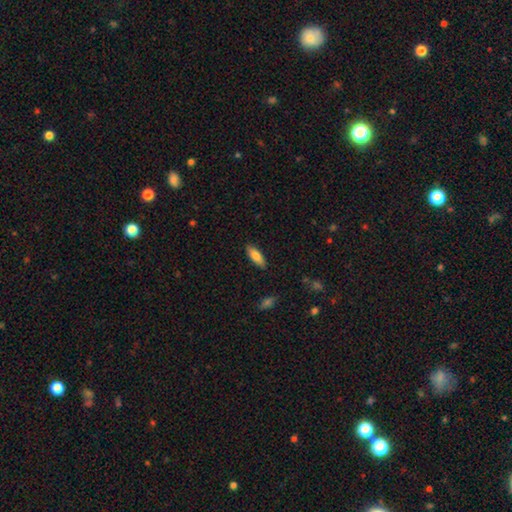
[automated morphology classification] A smooth galaxy with no disk features (78%) that is in between round and cigar-shaped (61%). Merging: none (87%).